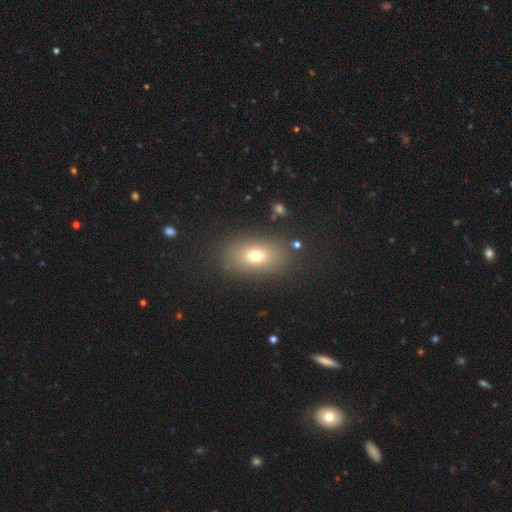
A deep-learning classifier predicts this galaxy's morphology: smooth_or_featured: smooth (p=0.72) [alt: featured or disk p=0.15]
how_rounded: in between (p=0.81) [alt: round p=0.16]
merging: none (p=0.85) [alt: minor disturbance p=0.09]